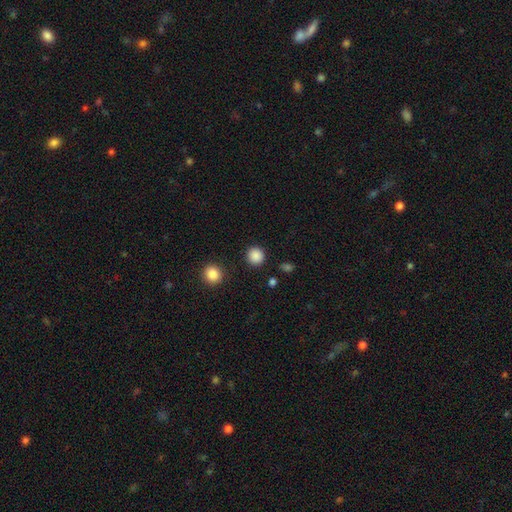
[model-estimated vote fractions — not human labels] smooth-or-featured: smooth: 88% | star or artifact: 10% | featured or disk: 3%
  how-rounded: round: 93% | in between: 6% | cigar-shaped: 1%
  merging: none: 90% | minor disturbance: 5% | major disturbance: 2% | merger: 2%